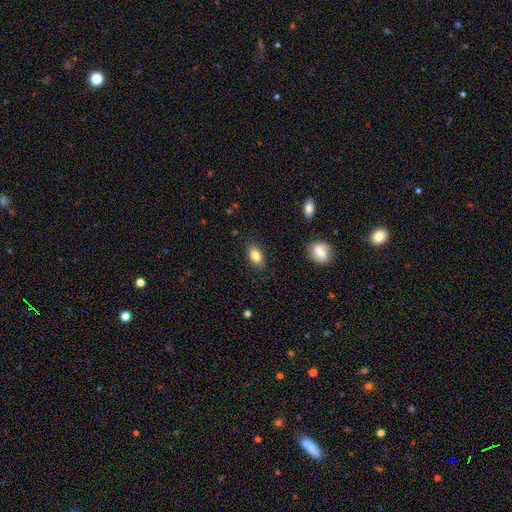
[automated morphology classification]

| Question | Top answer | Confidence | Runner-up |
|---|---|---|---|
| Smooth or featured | smooth | 83% | featured or disk (9%) |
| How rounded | in between | 89% | round (9%) |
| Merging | none | 84% | minor disturbance (12%) |